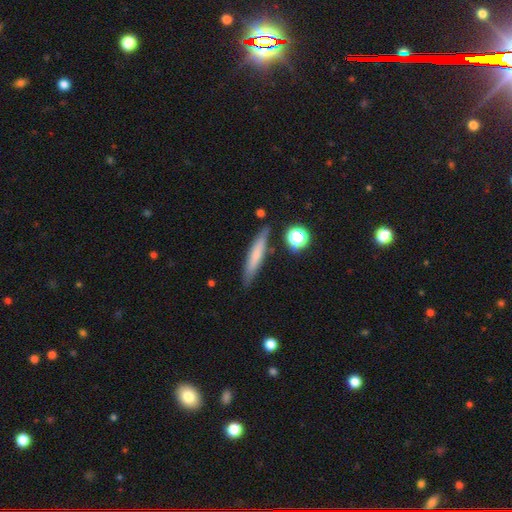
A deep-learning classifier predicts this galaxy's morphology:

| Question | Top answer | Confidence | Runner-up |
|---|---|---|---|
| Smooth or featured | smooth | 63% | featured or disk (29%) |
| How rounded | cigar-shaped | 90% | in between (8%) |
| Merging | none | 83% | minor disturbance (11%) |